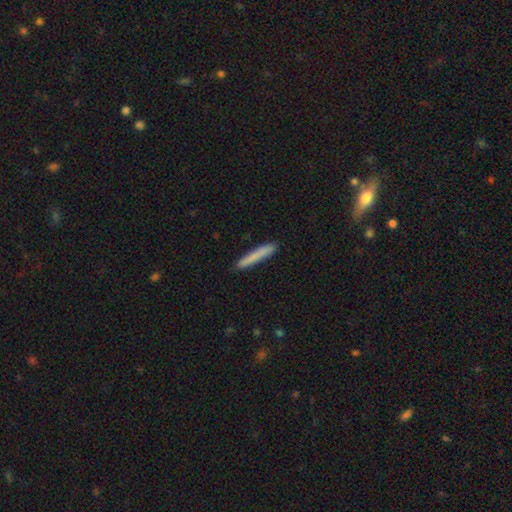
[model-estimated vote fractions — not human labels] Morphology: type=smooth (80%); roundness=cigar-shaped (96%); merging=none (90%).